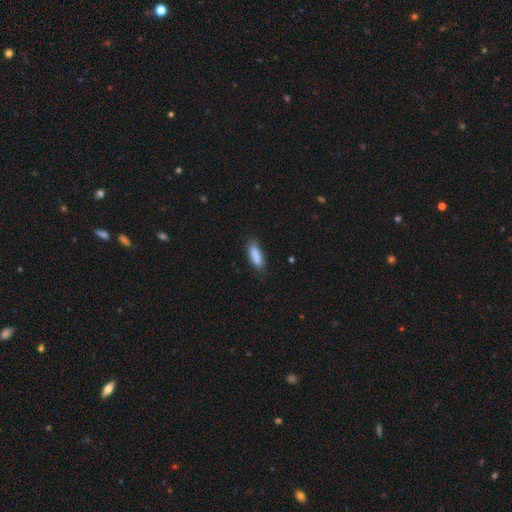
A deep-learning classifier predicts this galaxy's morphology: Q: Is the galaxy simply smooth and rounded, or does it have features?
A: smooth — 87%.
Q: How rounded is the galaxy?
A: in between — 60%.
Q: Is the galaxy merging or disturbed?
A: none — 76%.